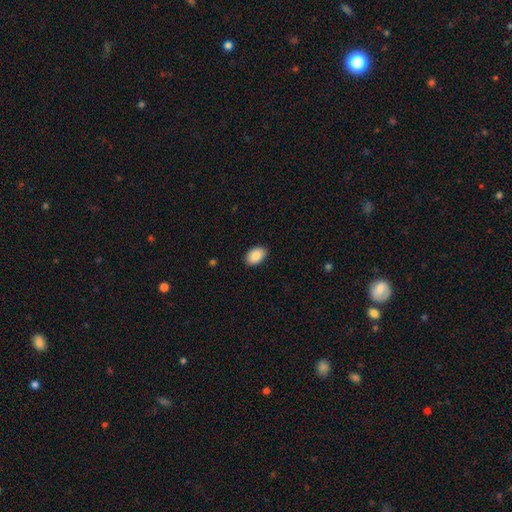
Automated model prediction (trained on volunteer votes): The model was most divided on "merging": none: 87%, minor disturbance: 10%, major disturbance: 2%, merger: 1%. More confident: how rounded — in between (91%); smooth or featured — smooth (89%).